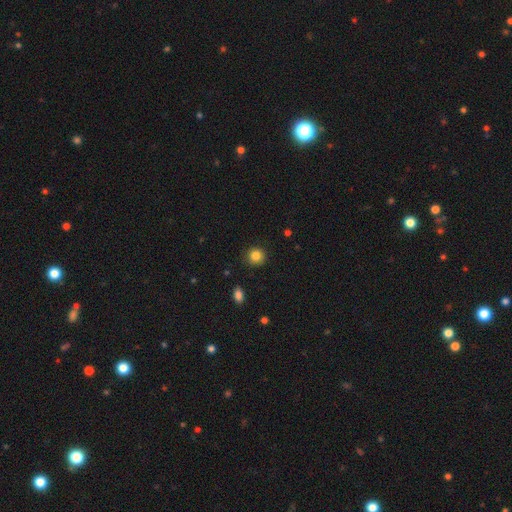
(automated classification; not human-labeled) Smooth or featured? Predicted: smooth (p=0.85). How rounded? Predicted: round (p=0.90). Merging? Predicted: none (p=0.89).